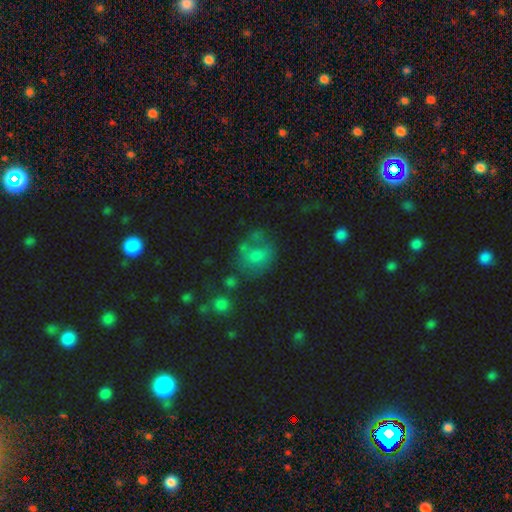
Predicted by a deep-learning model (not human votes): A smooth galaxy with no disk features (57%) that is round (59%). Merging: none (43%).